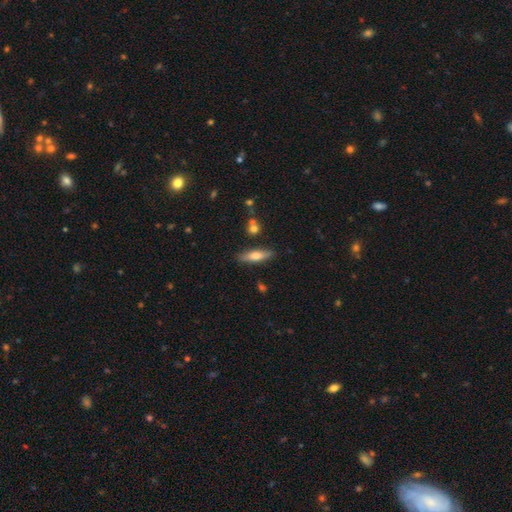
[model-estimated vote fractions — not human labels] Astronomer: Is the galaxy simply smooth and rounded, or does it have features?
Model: smooth — 60%.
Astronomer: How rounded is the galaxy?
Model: cigar-shaped — 64%.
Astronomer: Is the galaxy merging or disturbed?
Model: none — 83%.